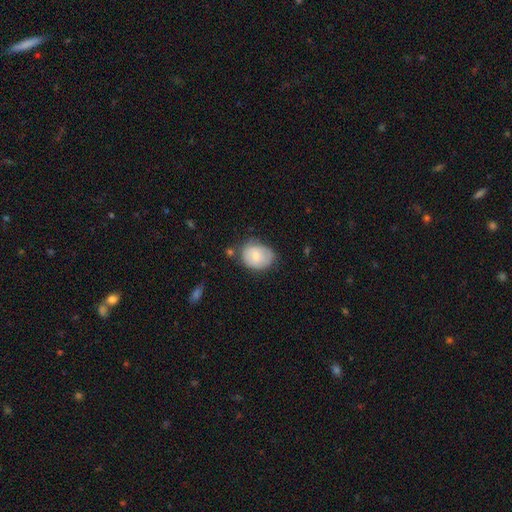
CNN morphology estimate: Smooth or featured: smooth — 67% (featured or disk — 27%)
How rounded: in between — 55% (round — 44%)
Merging: none — 56% (minor disturbance — 31%)